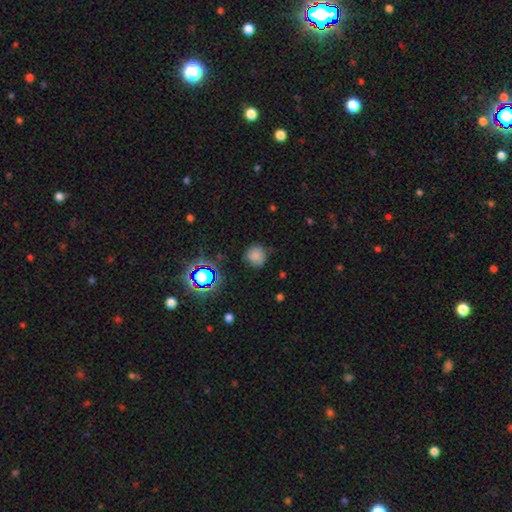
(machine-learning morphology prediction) smooth 76%, star or artifact 17%, featured or disk 6%. Down the decision tree: how rounded — round (90%); merging — none (80%).